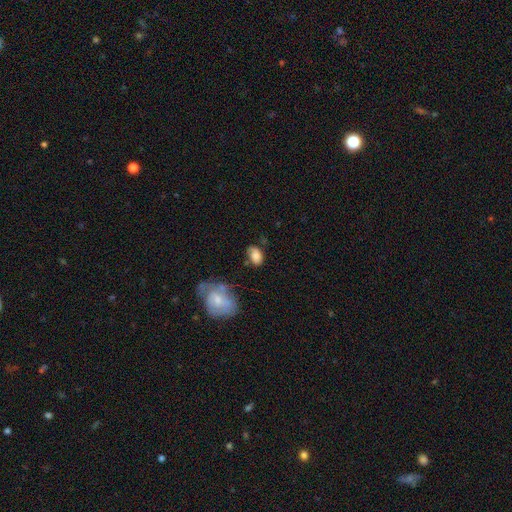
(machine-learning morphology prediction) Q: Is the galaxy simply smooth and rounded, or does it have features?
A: smooth — 77%.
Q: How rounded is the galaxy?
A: in between — 85%.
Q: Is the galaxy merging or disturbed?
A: none — 59%.